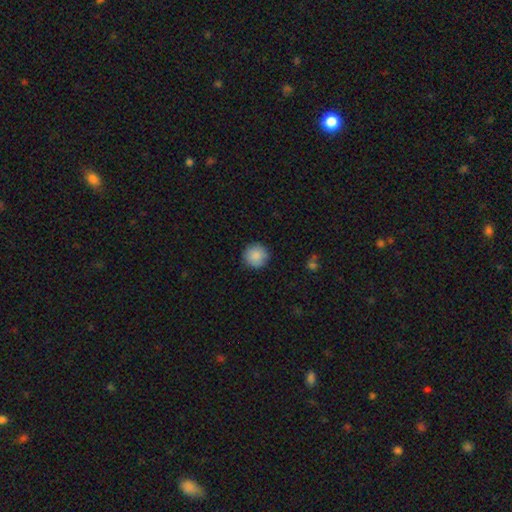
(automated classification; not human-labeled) Morphology: type=smooth (88%); roundness=round (95%); merging=none (91%).